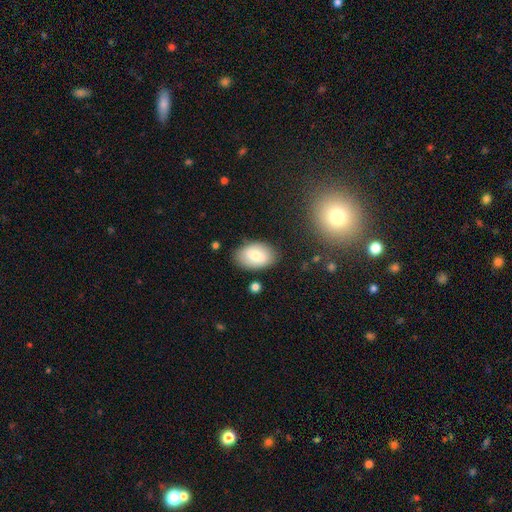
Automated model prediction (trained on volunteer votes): This appears to be a smooth galaxy with no disk features (76%) that is in between round and cigar-shaped (88%). Merging: none (82%).